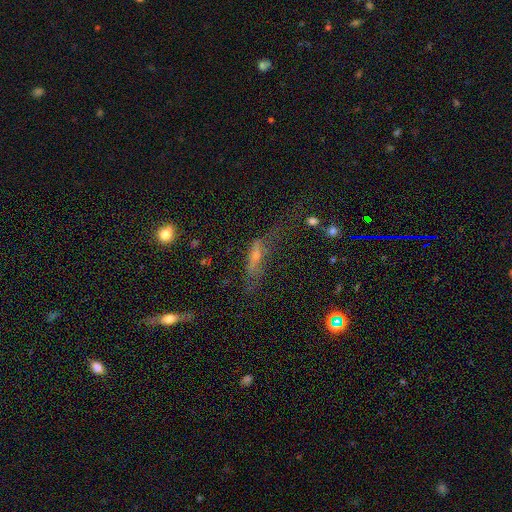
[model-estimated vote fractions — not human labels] Smooth or featured? featured or disk (43%)
Merging? major disturbance (37%)